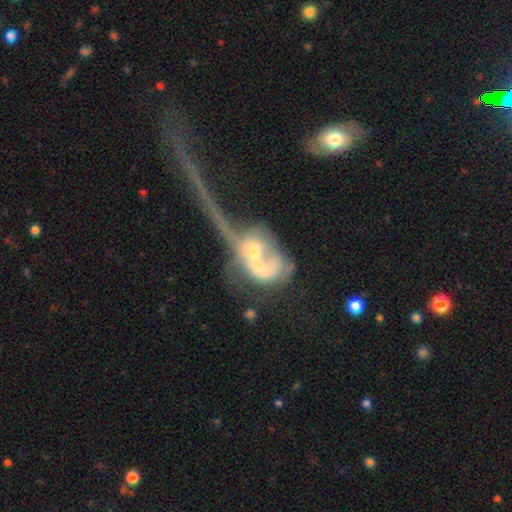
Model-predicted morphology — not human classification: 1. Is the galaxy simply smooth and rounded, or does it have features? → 59% featured or disk, 31% smooth, 10% star or artifact.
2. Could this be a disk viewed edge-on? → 93% no, 7% yes.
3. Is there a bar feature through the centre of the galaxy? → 81% no, 14% weak, 5% strong.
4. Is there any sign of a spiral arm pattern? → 59% no, 41% yes.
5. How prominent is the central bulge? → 48% moderate, 38% small, 7% none, 5% large, 2% dominant.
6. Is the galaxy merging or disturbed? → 63% merger, 23% major disturbance, 9% none, 5% minor disturbance.